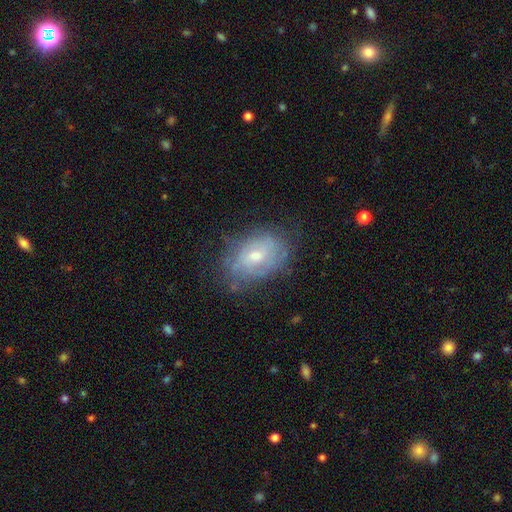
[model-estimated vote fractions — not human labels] Smooth or featured? Predicted: featured or disk (p=0.54). Edge-on disk? Predicted: no (p=0.94). Bar? Predicted: no (p=0.63). Spiral arms? Predicted: yes (p=0.54). Bulge size? Predicted: moderate (p=0.51). Merging? Predicted: none (p=0.63).